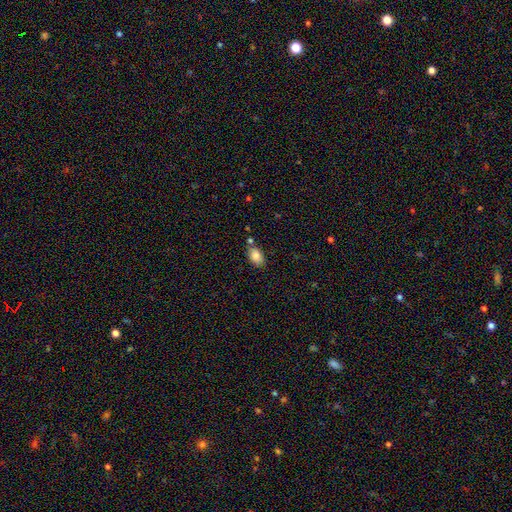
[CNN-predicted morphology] Smooth or featured: smooth — 85% (star or artifact — 8%)
How rounded: in between — 89% (round — 9%)
Merging: none — 71% (minor disturbance — 15%)